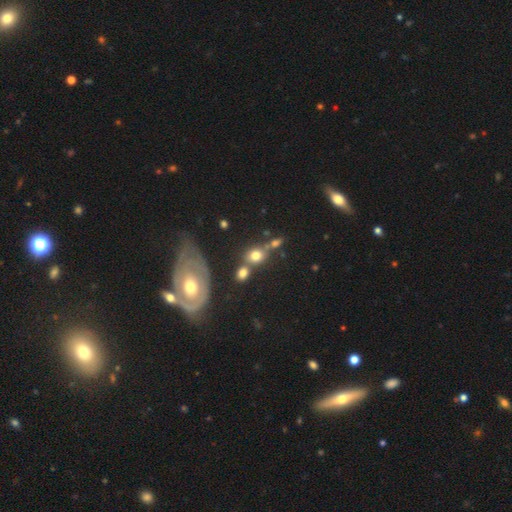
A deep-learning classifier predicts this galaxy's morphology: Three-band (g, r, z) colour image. It shows a smooth galaxy with no disk features (69%) that is round (61%). Merging: none (46%).